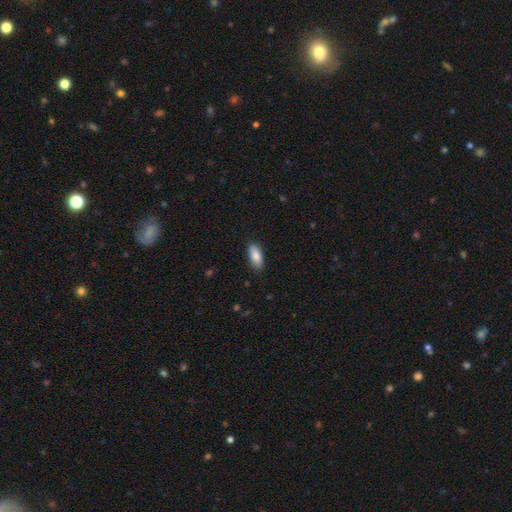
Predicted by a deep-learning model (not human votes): smooth 84%, featured or disk 10%, star or artifact 6%. Down the decision tree: how rounded — in between (81%); merging — none (86%).